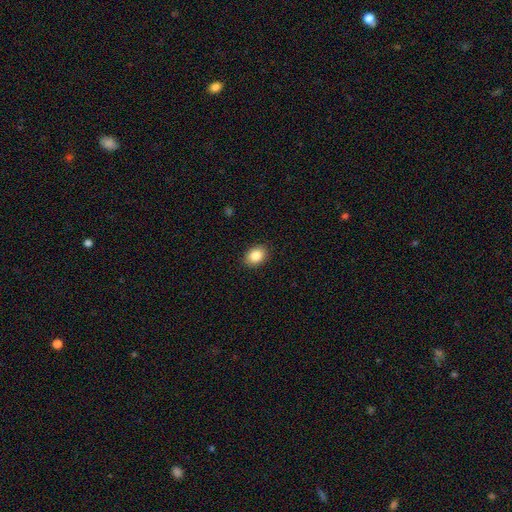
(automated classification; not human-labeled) Q: Smooth or featured?
A: smooth (86%); runner-up: star or artifact (8%)
Q: How rounded?
A: in between (72%); runner-up: round (27%)
Q: Merging?
A: none (89%); runner-up: minor disturbance (8%)